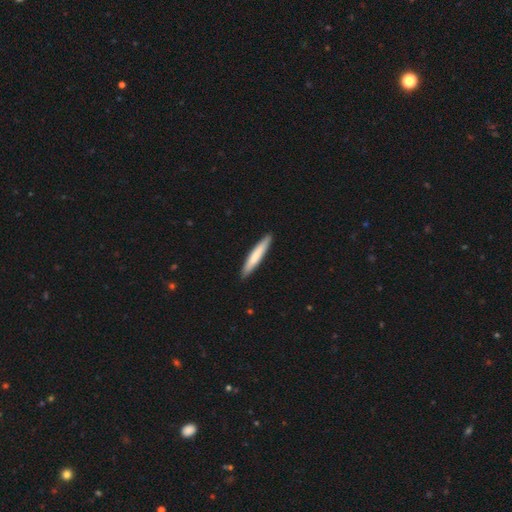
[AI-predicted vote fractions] smooth-or-featured: smooth: 74% | featured or disk: 22% | star or artifact: 5%
  how-rounded: cigar-shaped: 93% | in between: 6% | round: 1%
  merging: none: 91% | minor disturbance: 7% | major disturbance: 1% | merger: 1%